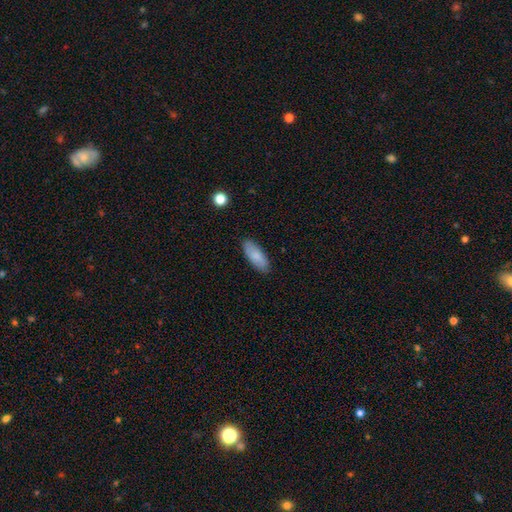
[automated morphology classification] Smooth or featured: smooth — 84% (featured or disk — 10%)
How rounded: in between — 78% (cigar-shaped — 21%)
Merging: none — 86% (minor disturbance — 11%)